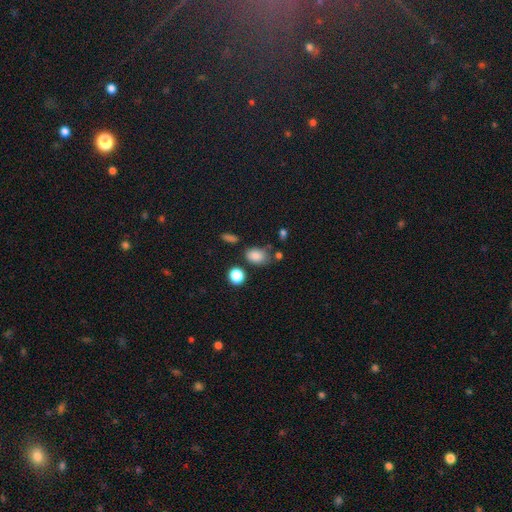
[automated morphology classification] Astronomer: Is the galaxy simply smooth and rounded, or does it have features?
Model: smooth — 83%.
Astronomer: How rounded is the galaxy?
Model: in between — 77%.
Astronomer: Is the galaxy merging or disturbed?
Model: none — 68%.